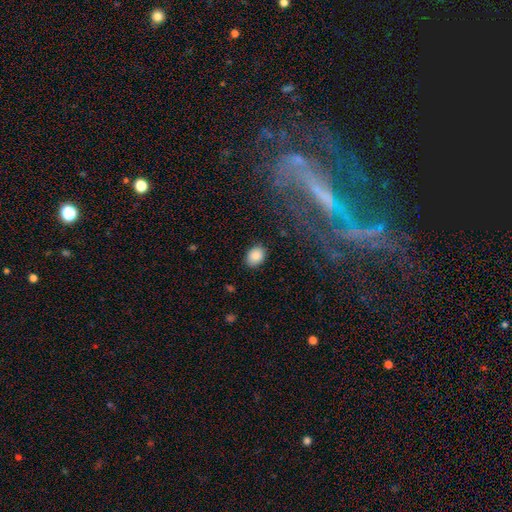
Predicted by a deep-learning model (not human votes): Morphology: type=smooth (86%); roundness=in between (63%); merging=none (85%).